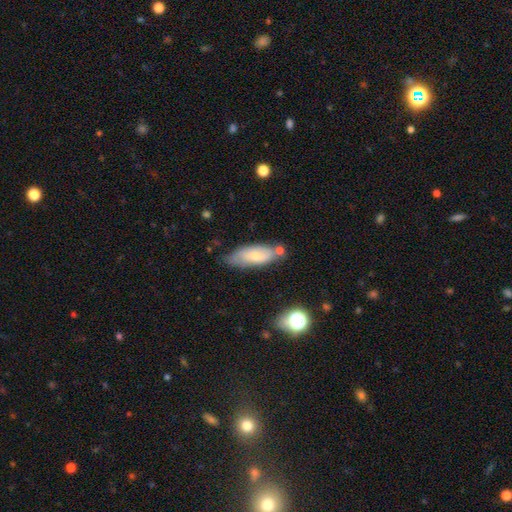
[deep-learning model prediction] This is likely a smooth galaxy (61%). How rounded: likely in between (75%). Merging: likely none (61%).